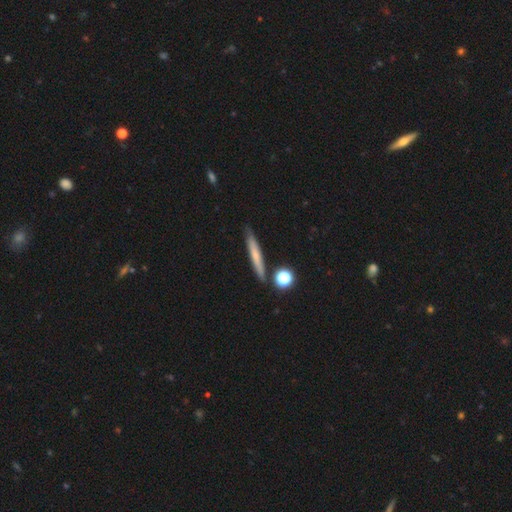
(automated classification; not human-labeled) This is possibly a smooth galaxy (56%). How rounded: clearly cigar-shaped (91%). Merging: clearly none (83%).